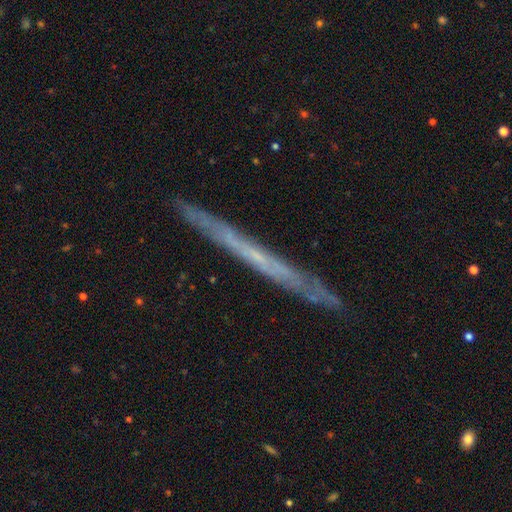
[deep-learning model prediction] Smooth or featured?
  - featured or disk: 64% *
  - smooth: 28%
  - star or artifact: 8%
Edge-on disk?
  - yes: 93% *
  - no: 7%
Edge-on bulge?
  - none: 89% *
  - rounded: 8%
  - boxy: 3%
Merging?
  - none: 87% *
  - minor disturbance: 10%
  - major disturbance: 2%
  - merger: 1%